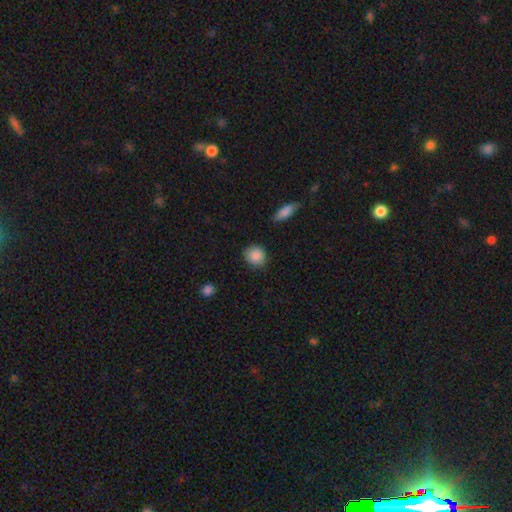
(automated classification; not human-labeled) A smooth galaxy with no disk features (88%) that is round (84%).

Vote fractions:
- Smooth or featured? smooth: 88% / star or artifact: 7% / featured or disk: 4%
- How rounded? round: 84% / in between: 15% / cigar-shaped: 1%
- Merging? none: 84% / minor disturbance: 12% / major disturbance: 3% / merger: 2%